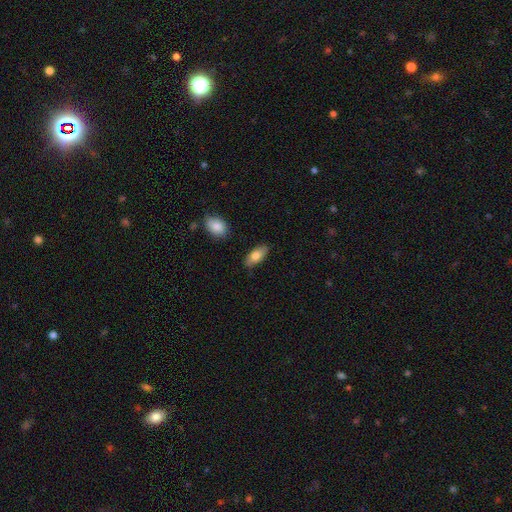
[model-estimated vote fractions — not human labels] Smooth or featured? smooth (78%)
How rounded? in between (86%)
Merging? none (83%)